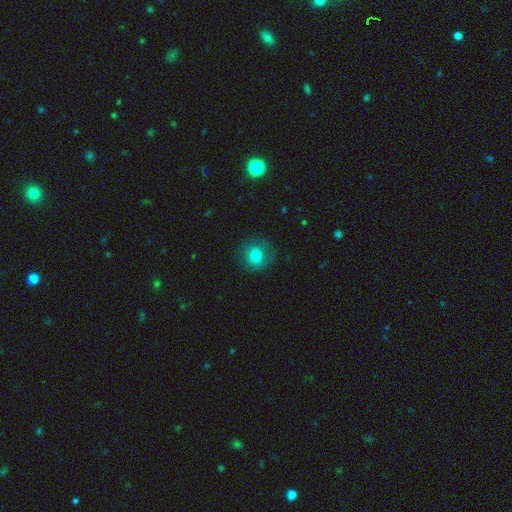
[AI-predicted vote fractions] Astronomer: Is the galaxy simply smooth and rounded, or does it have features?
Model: smooth — 76%.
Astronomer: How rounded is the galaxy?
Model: round — 90%.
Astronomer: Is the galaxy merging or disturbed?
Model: none — 80%.